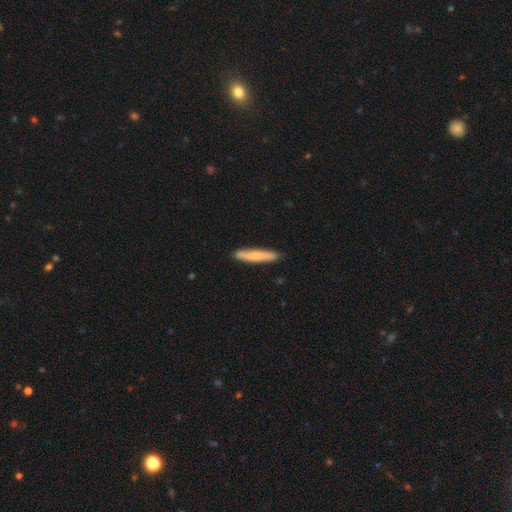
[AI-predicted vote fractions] smooth 69%, featured or disk 26%, star or artifact 5%. Down the decision tree: how rounded — cigar-shaped (93%); merging — none (88%).